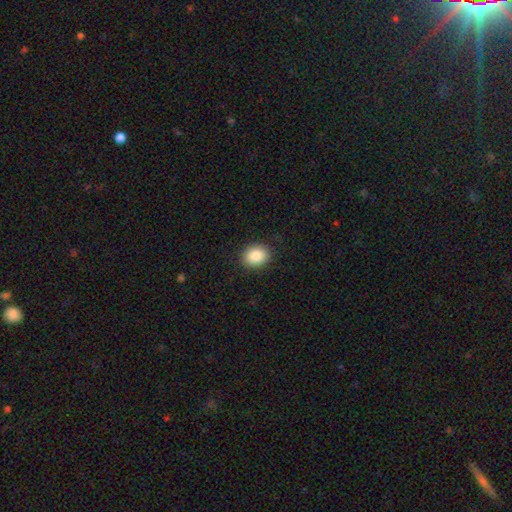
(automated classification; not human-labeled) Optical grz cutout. It shows a smooth galaxy with no disk features (87%) that is round (55%). Merging: none (89%).